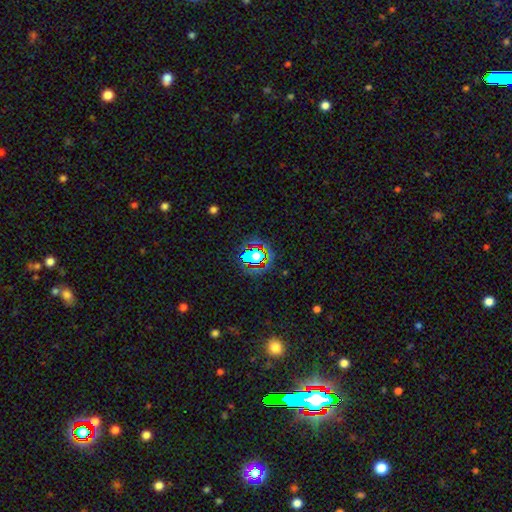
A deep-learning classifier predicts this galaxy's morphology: star or artifact 55%, smooth 30%, featured or disk 15%.